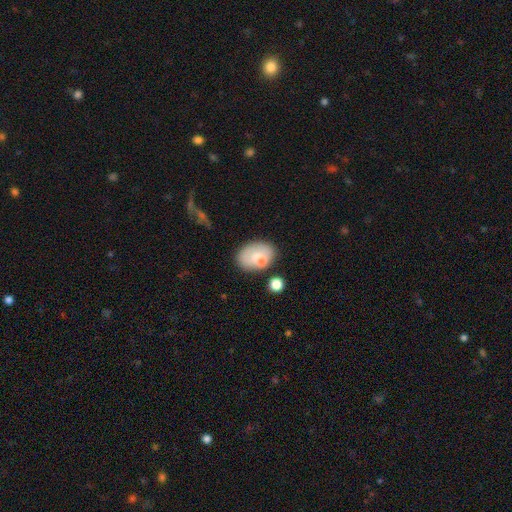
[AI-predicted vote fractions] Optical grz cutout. It shows a smooth galaxy with no disk features (63%) that is in between round and cigar-shaped (77%). Merging: none (53%).